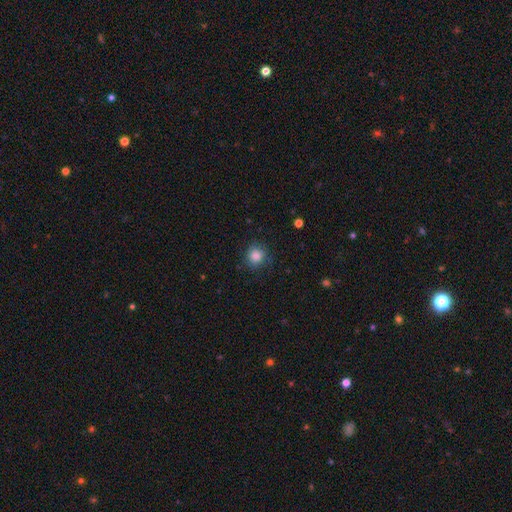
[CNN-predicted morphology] Q: Smooth or featured?
A: smooth (86%); runner-up: star or artifact (10%)
Q: How rounded?
A: round (88%); runner-up: in between (11%)
Q: Merging?
A: none (82%); runner-up: minor disturbance (13%)